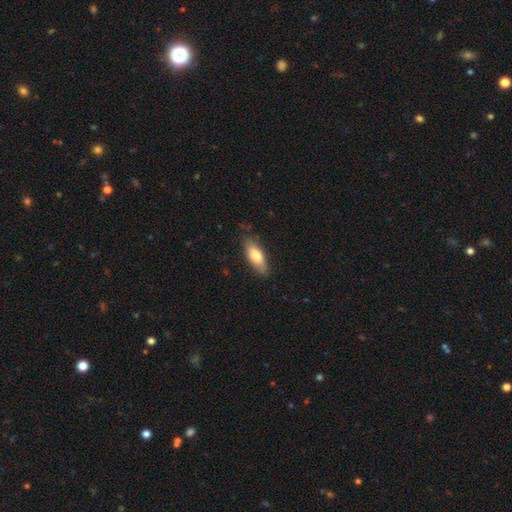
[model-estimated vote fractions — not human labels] A smooth galaxy with no disk features (74%) that is in between round and cigar-shaped (71%). Merging: none (79%).